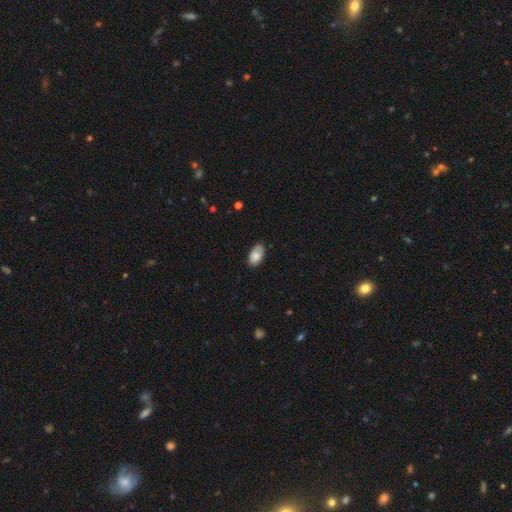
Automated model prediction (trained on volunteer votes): A smooth galaxy with no disk features (83%) that is in between round and cigar-shaped (95%).

Vote fractions:
- Smooth or featured? smooth: 83% / featured or disk: 11% / star or artifact: 7%
- How rounded? in between: 95% / round: 4% / cigar-shaped: 2%
- Merging? none: 78% / minor disturbance: 18% / major disturbance: 2% / merger: 1%